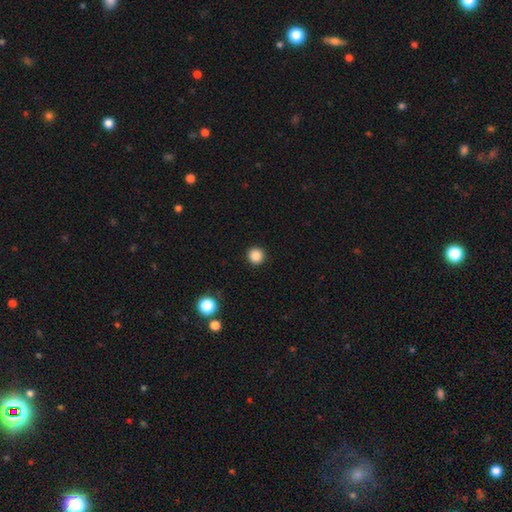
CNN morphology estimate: Q: Smooth or featured?
A: smooth (86%); runner-up: star or artifact (11%)
Q: How rounded?
A: round (96%); runner-up: in between (3%)
Q: Merging?
A: none (93%); runner-up: minor disturbance (4%)